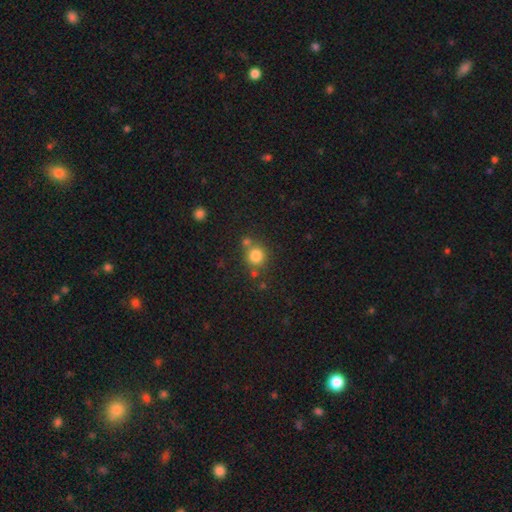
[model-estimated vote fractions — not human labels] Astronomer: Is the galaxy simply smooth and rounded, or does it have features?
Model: smooth — 81%.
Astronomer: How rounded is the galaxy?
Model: round — 90%.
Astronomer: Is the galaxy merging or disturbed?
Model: none — 68%.